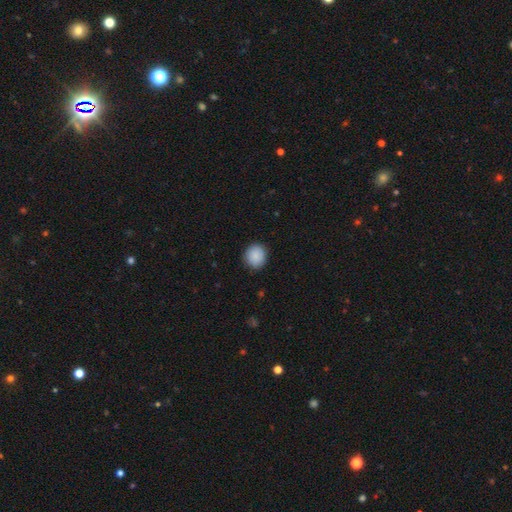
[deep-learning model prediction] Overall: smooth (89%). How rounded: round (86%). Merging: none (89%).